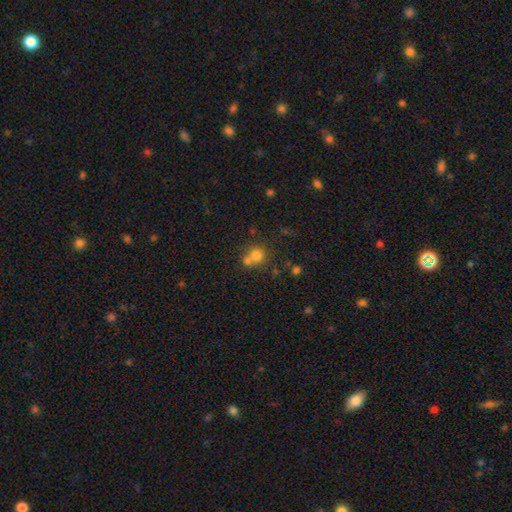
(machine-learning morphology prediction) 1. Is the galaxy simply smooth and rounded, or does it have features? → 73% smooth, 16% star or artifact, 11% featured or disk.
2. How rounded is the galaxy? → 85% round, 14% in between, 1% cigar-shaped.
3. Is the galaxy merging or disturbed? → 47% none, 43% merger, 7% minor disturbance, 3% major disturbance.